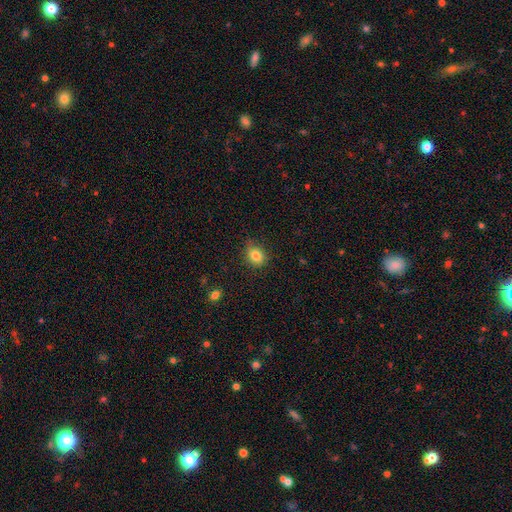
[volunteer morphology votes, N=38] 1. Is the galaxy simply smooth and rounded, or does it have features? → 87% smooth, 8% star or artifact, 5% featured or disk.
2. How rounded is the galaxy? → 64% round, 36% in between, 0% cigar-shaped.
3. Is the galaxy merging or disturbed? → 91% none, 6% minor disturbance, 3% major disturbance, 0% merger.